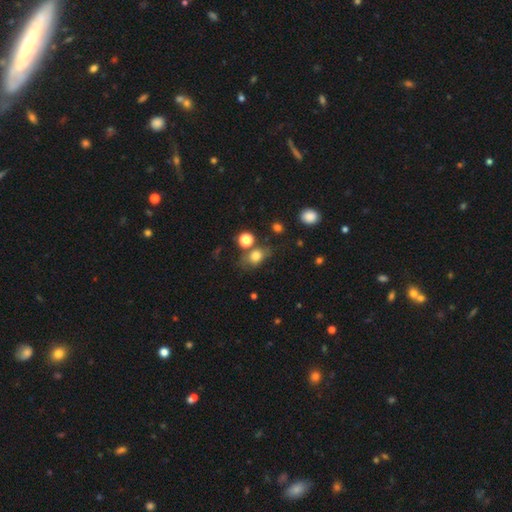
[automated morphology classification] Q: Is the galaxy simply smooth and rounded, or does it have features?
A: smooth — 77%.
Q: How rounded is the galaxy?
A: in between — 60%.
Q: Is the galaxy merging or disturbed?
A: none — 61%.